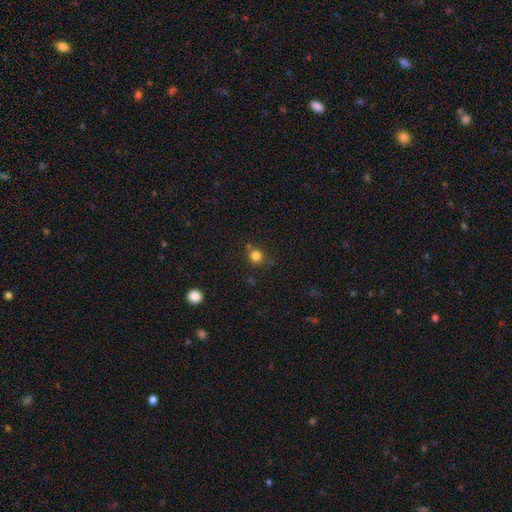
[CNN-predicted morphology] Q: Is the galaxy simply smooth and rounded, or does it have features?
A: smooth — 80%.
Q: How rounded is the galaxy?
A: round — 88%.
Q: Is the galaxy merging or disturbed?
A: none — 71%.